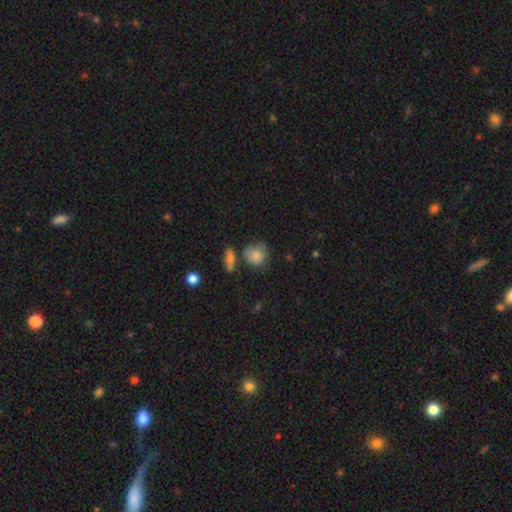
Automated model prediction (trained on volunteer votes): This is clearly a smooth galaxy (81%). How rounded: likely round (75%). Merging: possibly none (53%).